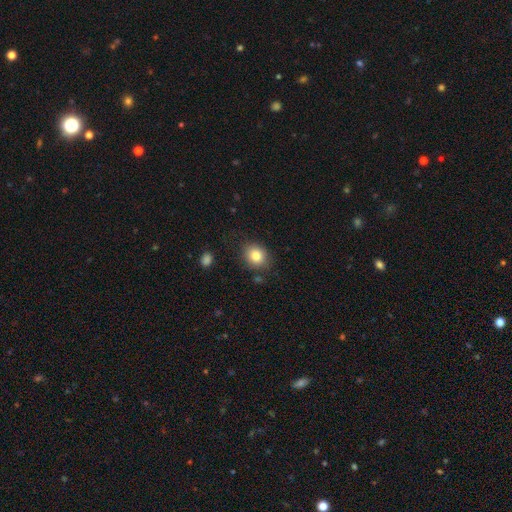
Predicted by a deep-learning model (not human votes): Morphology: type=smooth (82%); roundness=round (69%); merging=none (83%).